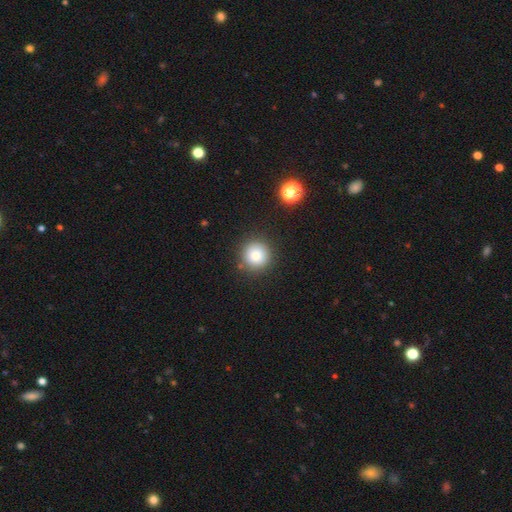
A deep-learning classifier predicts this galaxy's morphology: type=smooth (79%); roundness=round (94%); merging=none (87%).